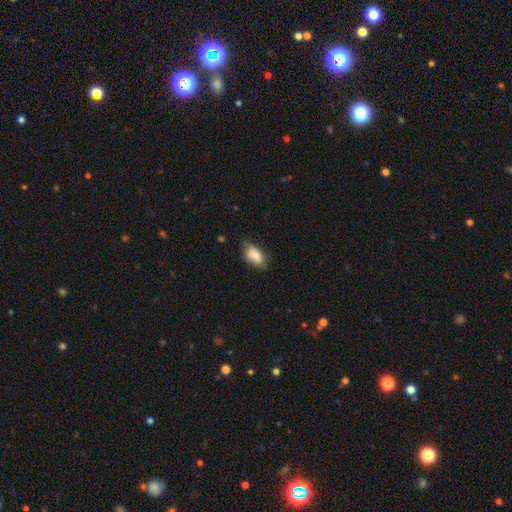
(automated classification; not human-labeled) Smooth or featured?
  - smooth: 76% *
  - featured or disk: 17%
  - star or artifact: 7%
How rounded?
  - in between: 92% *
  - round: 5%
  - cigar-shaped: 3%
Merging?
  - none: 63% *
  - minor disturbance: 30%
  - major disturbance: 5%
  - merger: 2%